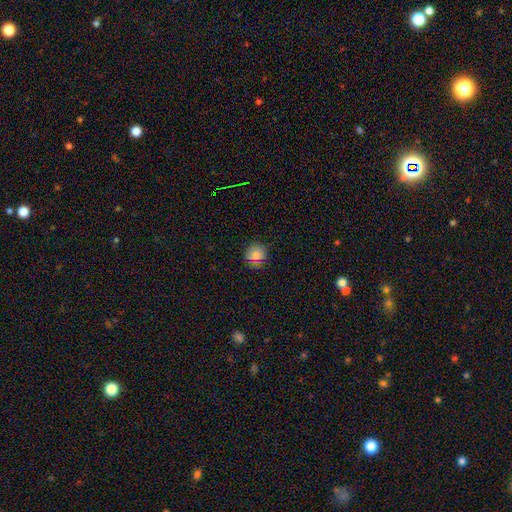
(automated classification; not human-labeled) Overall: smooth (80%). How rounded: round (89%). Merging: none (86%).